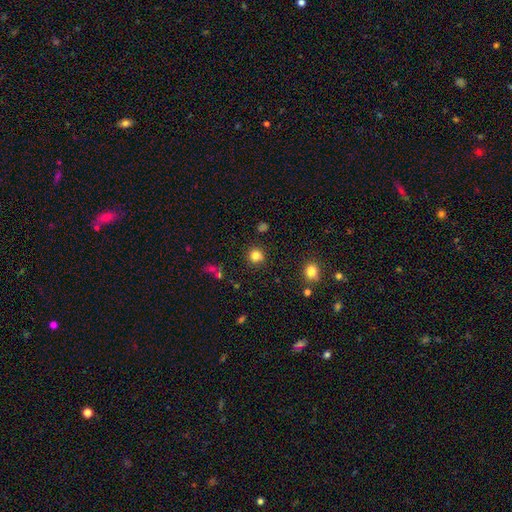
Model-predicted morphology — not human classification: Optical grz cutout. It shows a smooth galaxy with no disk features (81%) that is round (90%). Merging: none (85%).